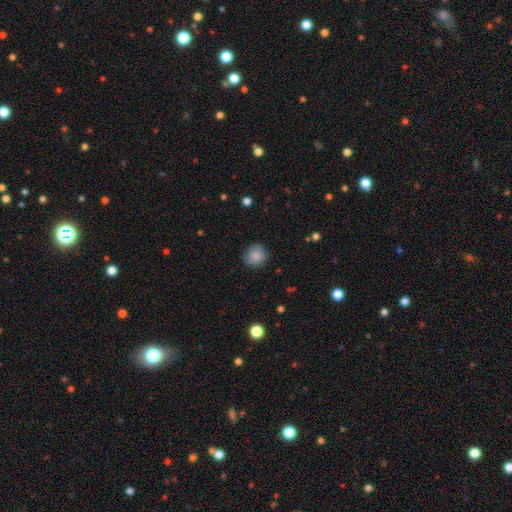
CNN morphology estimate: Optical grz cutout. It shows a smooth galaxy with no disk features (86%) that is round (88%). Merging: none (81%).